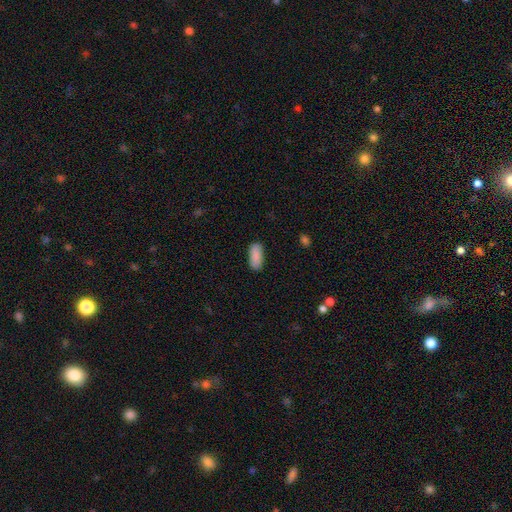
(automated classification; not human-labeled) The model was most divided on "how rounded": in between: 85%, cigar-shaped: 13%, round: 2%. More confident: smooth or featured — smooth (89%); merging — none (86%).